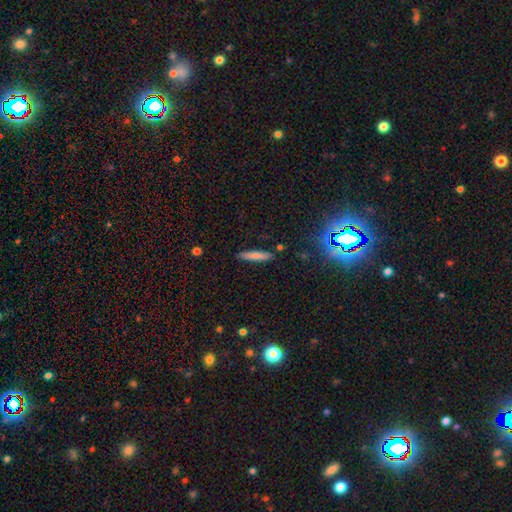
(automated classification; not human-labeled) smooth 78%, featured or disk 14%, star or artifact 8%. Down the decision tree: how rounded — cigar-shaped (91%); merging — none (88%).